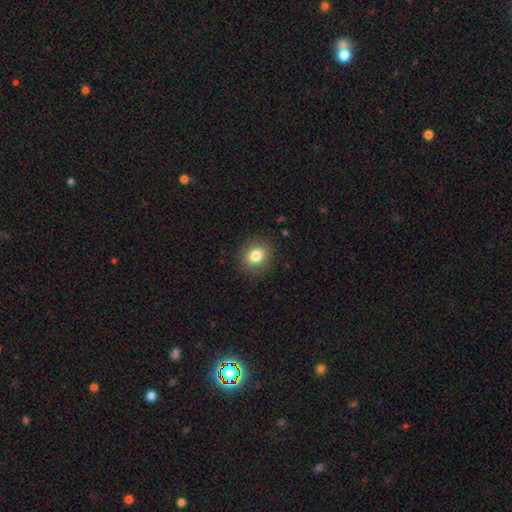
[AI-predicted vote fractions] Morphology: type=smooth (81%); roundness=round (67%); merging=none (88%).